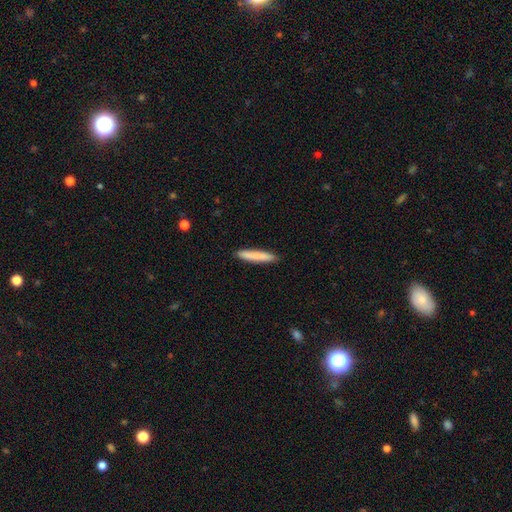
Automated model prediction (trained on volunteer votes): Smooth or featured? smooth (82%)
How rounded? cigar-shaped (93%)
Merging? none (91%)